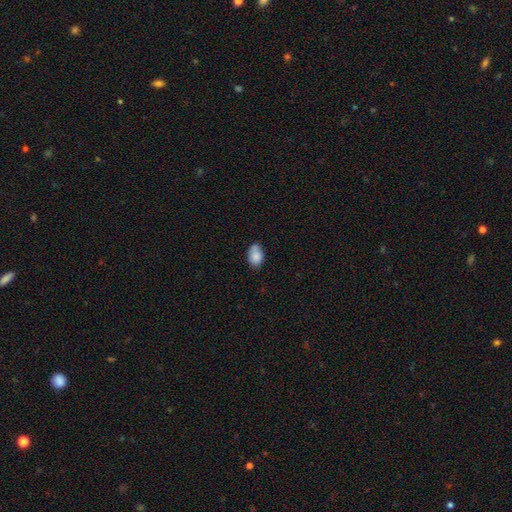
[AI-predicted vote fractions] A smooth galaxy with no disk features (84%) that is in between round and cigar-shaped (88%).

Vote fractions:
- Smooth or featured? smooth: 84% / featured or disk: 8% / star or artifact: 8%
- How rounded? in between: 88% / round: 10% / cigar-shaped: 1%
- Merging? none: 59% / minor disturbance: 30% / major disturbance: 5% / merger: 5%